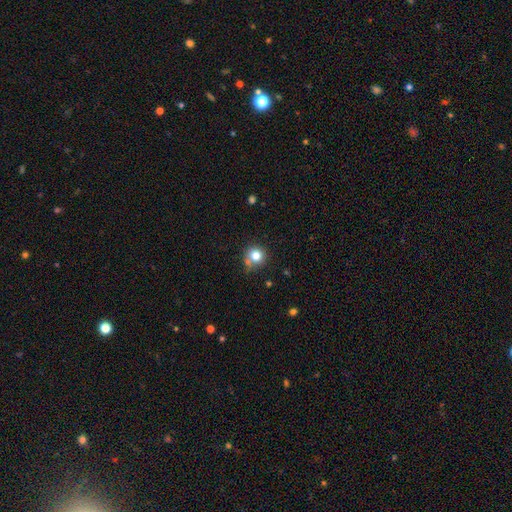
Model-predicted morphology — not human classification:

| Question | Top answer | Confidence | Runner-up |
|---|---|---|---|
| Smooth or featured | smooth | 80% | star or artifact (12%) |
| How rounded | round | 90% | in between (9%) |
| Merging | none | 68% | minor disturbance (17%) |